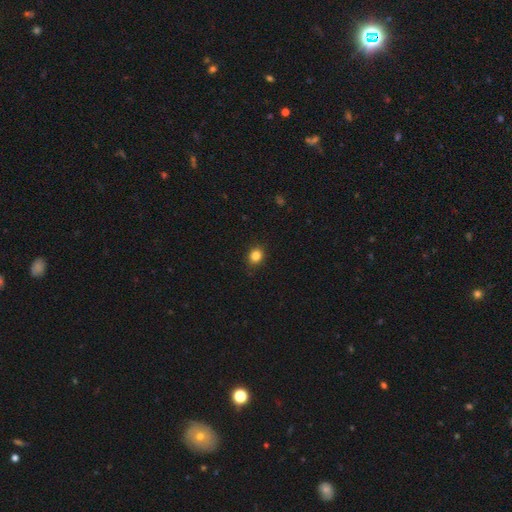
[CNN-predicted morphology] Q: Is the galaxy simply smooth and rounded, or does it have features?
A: smooth — 84%.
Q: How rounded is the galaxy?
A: round — 65%.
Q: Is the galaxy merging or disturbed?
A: none — 88%.